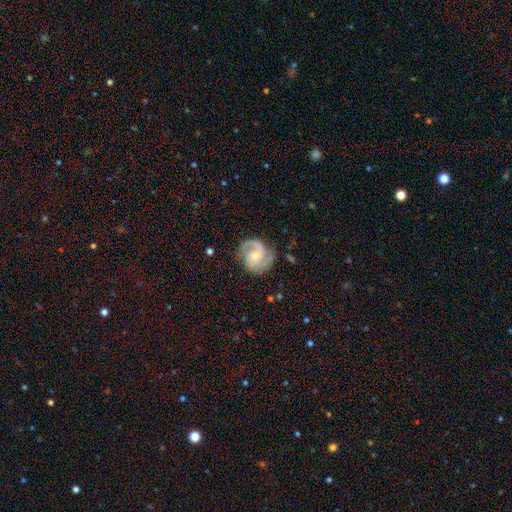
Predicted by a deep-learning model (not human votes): Overall: featured or disk (86%). Edge-on disk: no (98%). Bar: no (60%; weak 34%). Spiral arms: yes (97%). Spiral arm count: 2 (85%). Spiral winding: medium (52%; tight 34%). Bulge size: small (60%; moderate 35%). Merging: none (74%).